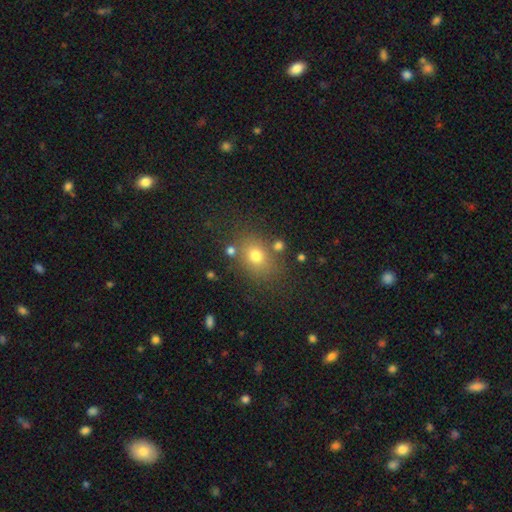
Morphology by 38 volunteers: smooth_or_featured: smooth (p=0.68) [alt: featured or disk p=0.24]
how_rounded: round (p=0.62) [alt: in between p=0.38]
merging: none (p=0.71) [alt: minor disturbance p=0.14]